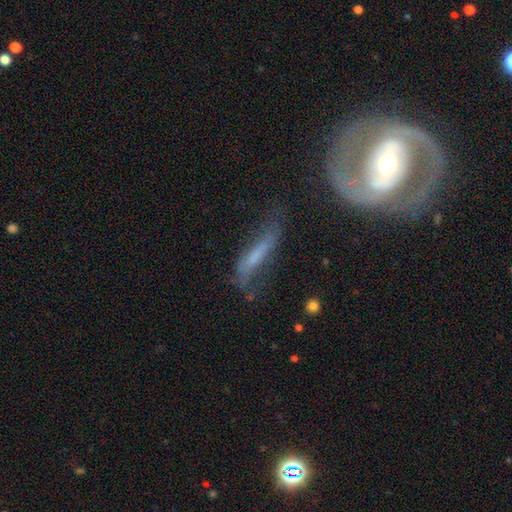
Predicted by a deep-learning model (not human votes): Overall: featured or disk (46%; smooth 42%). Merging: none (41%; minor disturbance 26%).